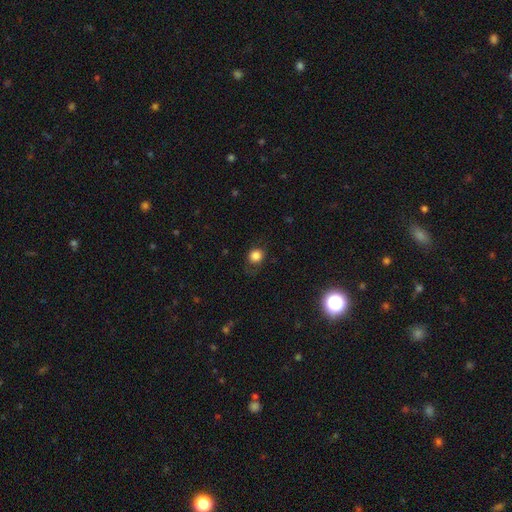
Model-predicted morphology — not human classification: A smooth galaxy with no disk features (83%) that is round (78%). Merging: none (72%).